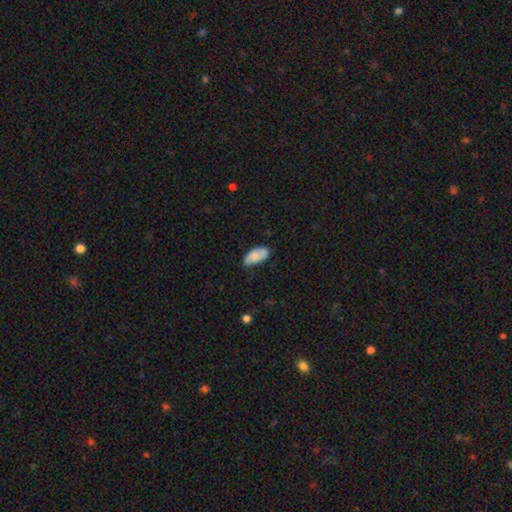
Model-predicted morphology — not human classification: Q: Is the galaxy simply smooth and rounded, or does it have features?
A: smooth — 81%.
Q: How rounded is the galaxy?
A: in between — 93%.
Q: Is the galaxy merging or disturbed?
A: none — 59%.